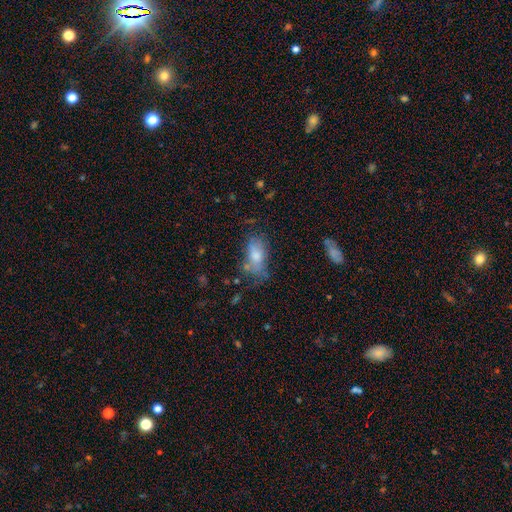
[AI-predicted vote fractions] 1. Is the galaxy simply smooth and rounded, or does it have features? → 71% smooth, 20% featured or disk, 9% star or artifact.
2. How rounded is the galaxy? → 89% in between, 6% round, 5% cigar-shaped.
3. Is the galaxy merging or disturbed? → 46% none, 29% minor disturbance, 17% major disturbance, 9% merger.